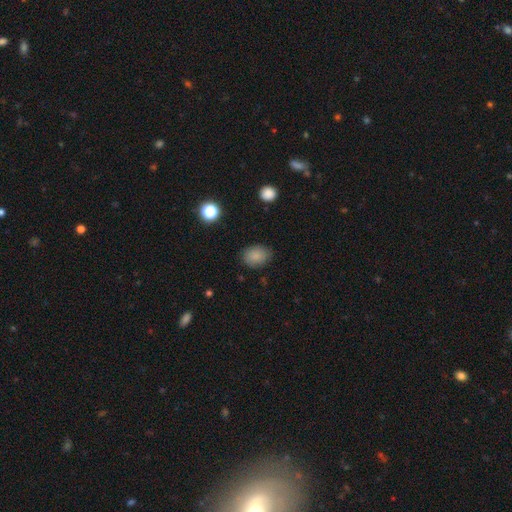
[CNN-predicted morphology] type=smooth (85%); roundness=in between (65%); merging=none (82%).